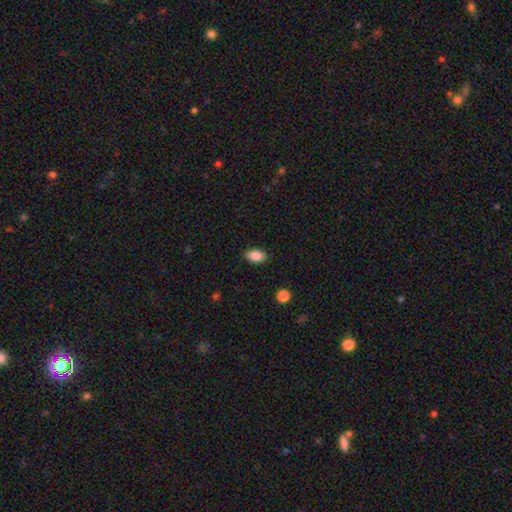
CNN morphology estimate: Smooth or featured? Predicted: smooth (p=0.88). How rounded? Predicted: in between (p=0.91). Merging? Predicted: none (p=0.87).